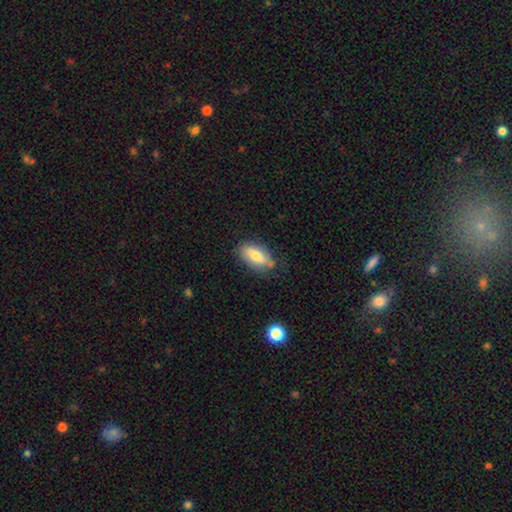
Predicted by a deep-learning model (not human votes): smooth_or_featured: smooth (p=0.68) [alt: featured or disk p=0.25]
how_rounded: in between (p=0.87) [alt: cigar-shaped p=0.10]
merging: none (p=0.70) [alt: minor disturbance p=0.22]